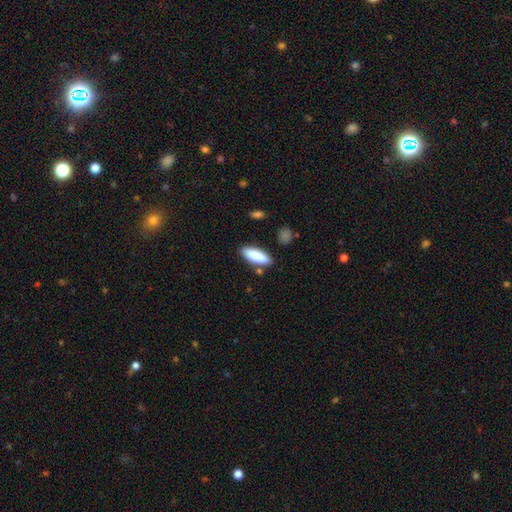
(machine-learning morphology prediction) The model was most divided on "how rounded": in between: 60%, cigar-shaped: 38%, round: 2%. More confident: smooth or featured — smooth (86%); merging — none (81%).